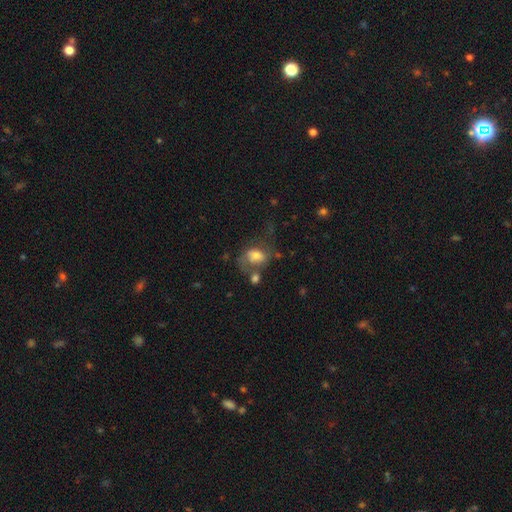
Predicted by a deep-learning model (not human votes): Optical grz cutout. It shows a smooth galaxy with no disk features (58%) that is in between round and cigar-shaped (70%). Merging: none (31%).